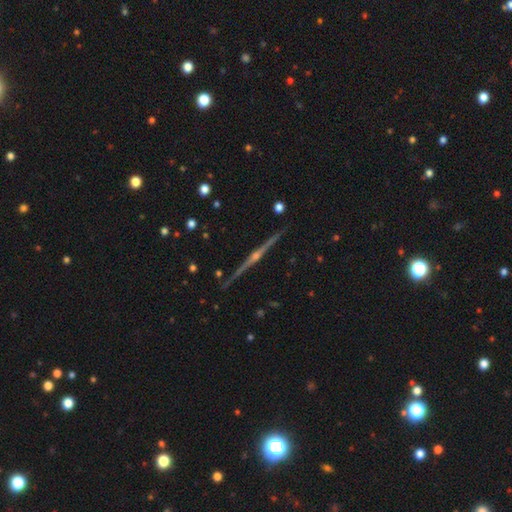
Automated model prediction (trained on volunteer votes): Smooth or featured?
  - featured or disk: 85% *
  - smooth: 8%
  - star or artifact: 7%
Edge-on disk?
  - yes: 98% *
  - no: 2%
Edge-on bulge?
  - rounded: 86% *
  - none: 8%
  - boxy: 6%
Merging?
  - none: 90% *
  - minor disturbance: 7%
  - major disturbance: 2%
  - merger: 2%